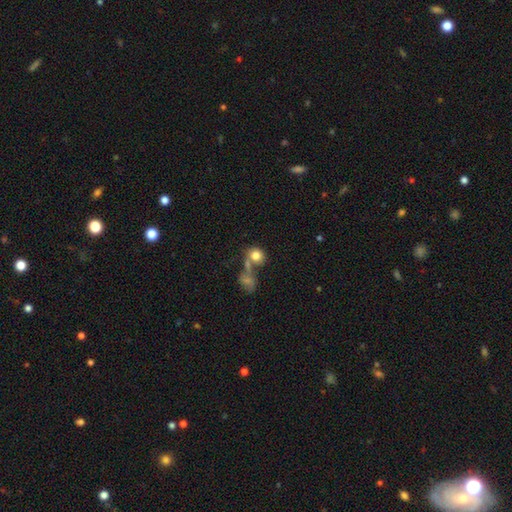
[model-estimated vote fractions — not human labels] Q: Smooth or featured?
A: smooth (79%); runner-up: featured or disk (11%)
Q: How rounded?
A: round (72%); runner-up: in between (26%)
Q: Merging?
A: none (42%); runner-up: merger (38%)